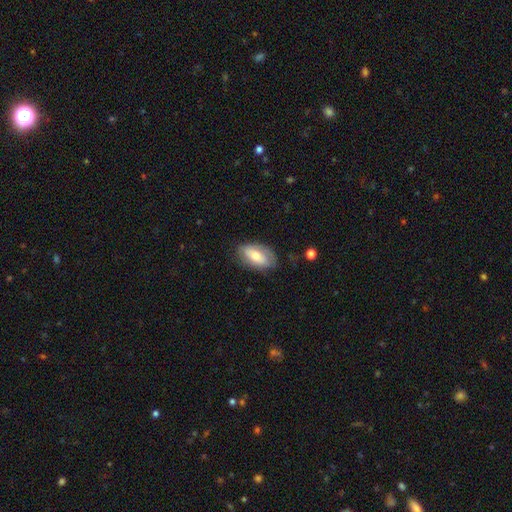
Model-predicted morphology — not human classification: Overall: smooth (62%; featured or disk 32%). How rounded: in between (92%). Merging: none (70%).